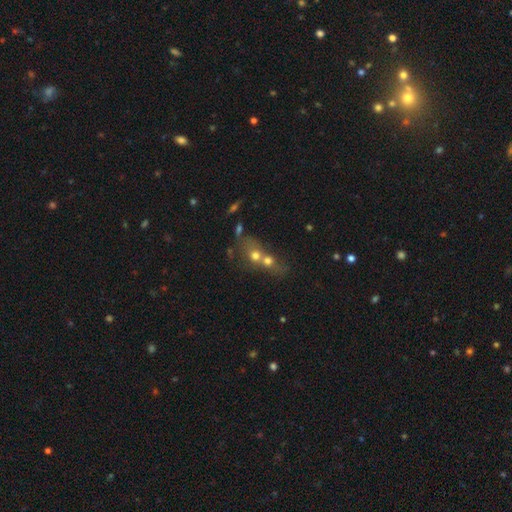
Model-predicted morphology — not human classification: A smooth galaxy with no disk features (59%) that is round (67%). Merging: merger (73%).